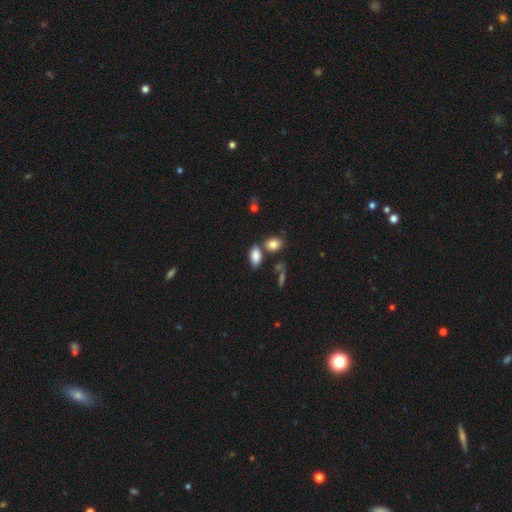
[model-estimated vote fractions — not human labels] Smooth or featured? Predicted: smooth (p=0.85). How rounded? Predicted: in between (p=0.89). Merging? Predicted: none (p=0.63).